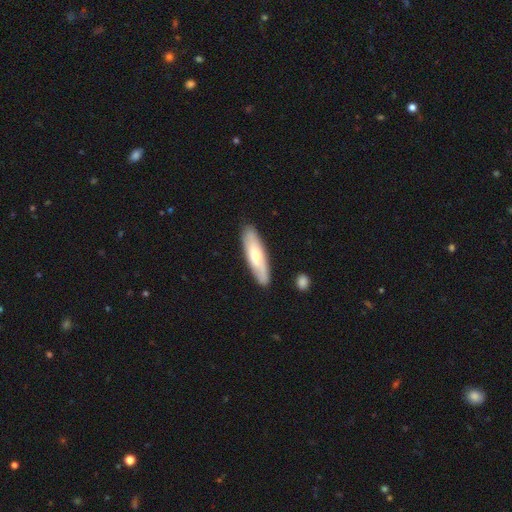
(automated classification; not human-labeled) Smooth or featured? Predicted: smooth (p=0.53). How rounded? Predicted: cigar-shaped (p=0.64). Merging? Predicted: none (p=0.86).